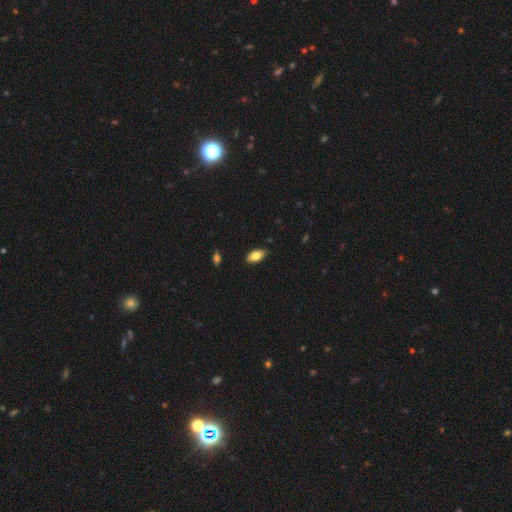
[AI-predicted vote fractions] A smooth galaxy with no disk features (76%) that is in between round and cigar-shaped (89%). Merging: none (87%).